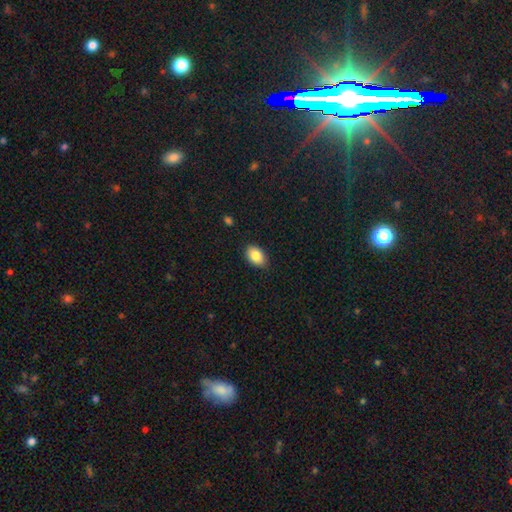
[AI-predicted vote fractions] Smooth or featured? smooth (84%)
How rounded? in between (87%)
Merging? none (85%)